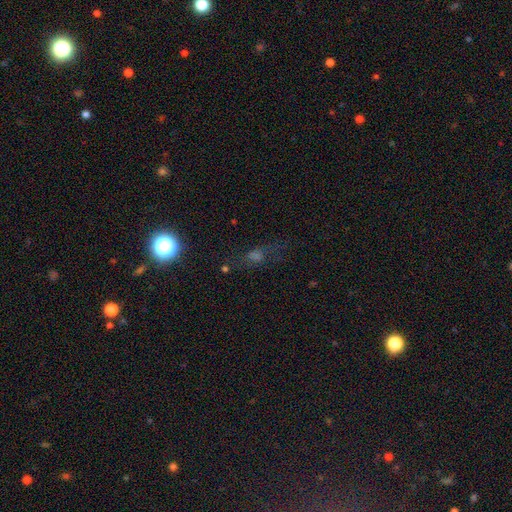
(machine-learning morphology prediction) smooth-or-featured: smooth: 39% (tied) | star or artifact: 39% (tied) | featured or disk: 22%
  merging: none: 61% | major disturbance: 18% | minor disturbance: 17% | merger: 4%